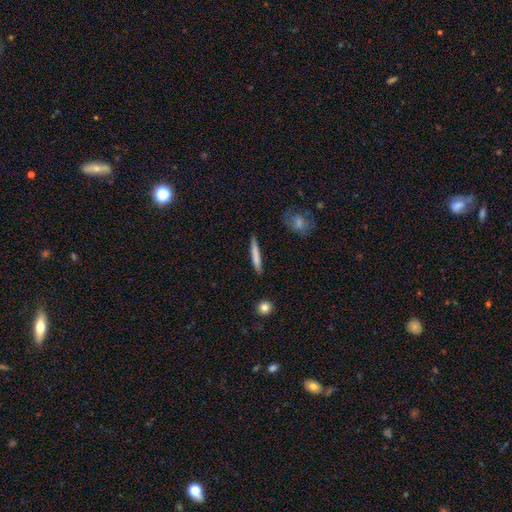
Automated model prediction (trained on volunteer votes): A smooth galaxy with no disk features (74%) that is cigar-shaped (95%). Merging: none (89%).